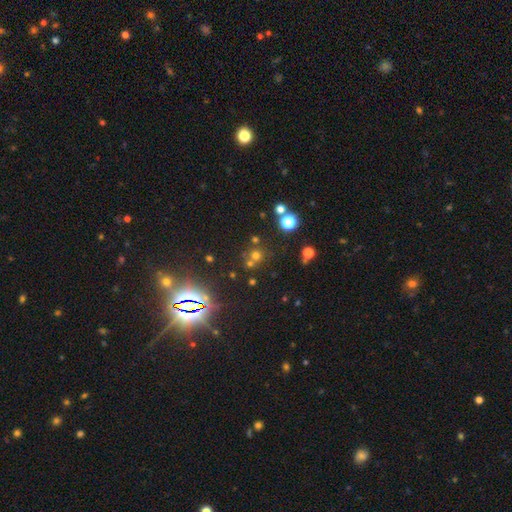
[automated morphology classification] A smooth galaxy with no disk features (55%) that is round (90%).

Vote fractions:
- Smooth or featured? smooth: 55% / star or artifact: 35% / featured or disk: 10%
- How rounded? round: 90% / in between: 9% / cigar-shaped: 1%
- Merging? none: 65% / merger: 23% / minor disturbance: 8% / major disturbance: 4%